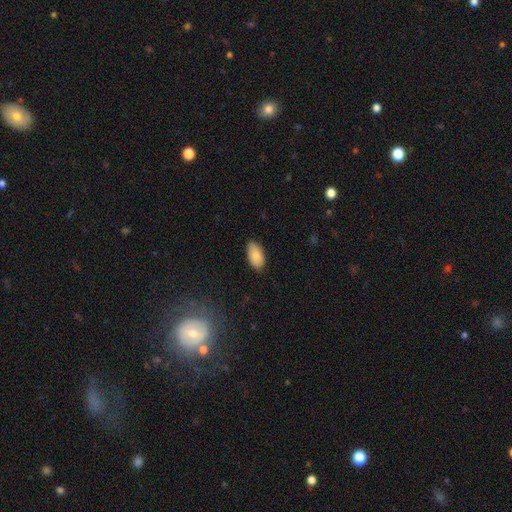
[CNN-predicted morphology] type=smooth (84%); roundness=in between (95%); merging=none (84%).